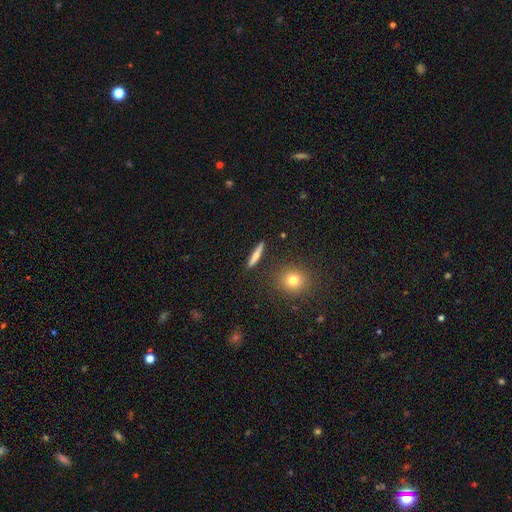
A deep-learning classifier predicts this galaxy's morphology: smooth 55%, featured or disk 35%, star or artifact 10%. Down the decision tree: how rounded — cigar-shaped (80%); merging — none (89%).